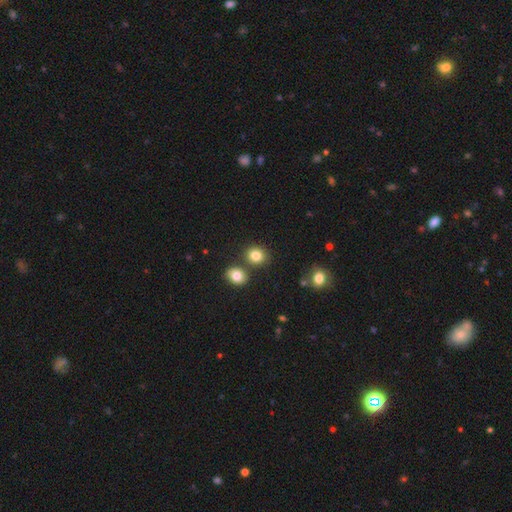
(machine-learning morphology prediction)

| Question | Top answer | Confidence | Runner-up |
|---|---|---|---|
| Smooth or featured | smooth | 83% | star or artifact (10%) |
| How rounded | round | 72% | in between (27%) |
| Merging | none | 75% | merger (14%) |